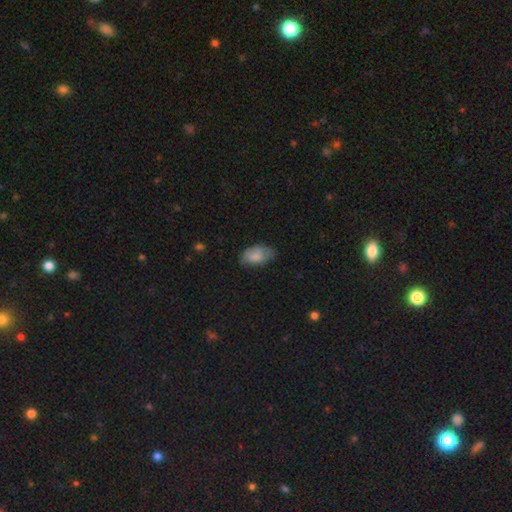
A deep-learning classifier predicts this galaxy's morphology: Smooth or featured? Predicted: smooth (p=0.77). How rounded? Predicted: in between (p=0.93). Merging? Predicted: none (p=0.56).